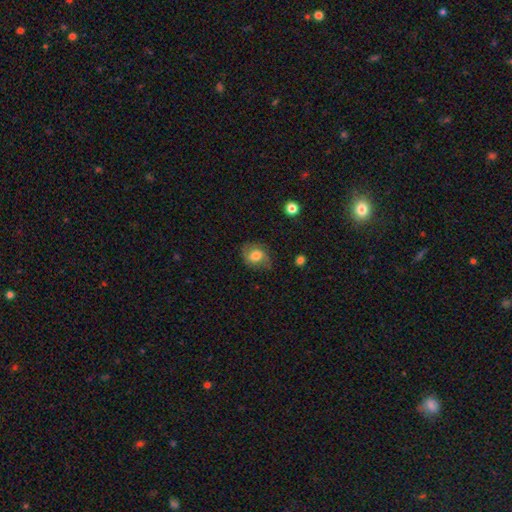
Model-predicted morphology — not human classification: smooth-or-featured: smooth: 63% | featured or disk: 28% | star or artifact: 9%
  how-rounded: round: 50% | in between: 48% | cigar-shaped: 1%
  merging: none: 64% | minor disturbance: 24% | major disturbance: 10% | merger: 1%